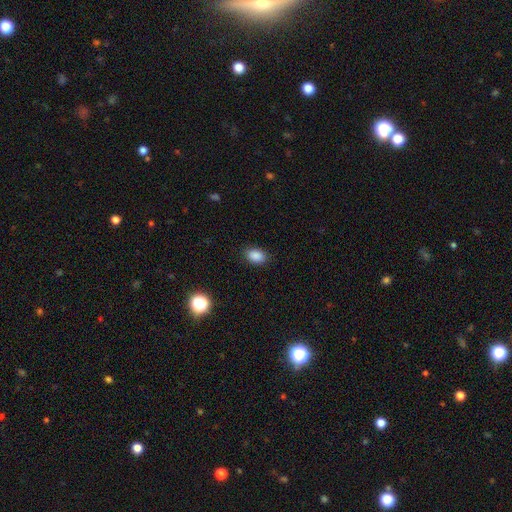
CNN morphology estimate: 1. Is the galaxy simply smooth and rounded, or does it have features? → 86% smooth, 10% star or artifact, 4% featured or disk.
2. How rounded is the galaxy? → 81% in between, 18% round, 1% cigar-shaped.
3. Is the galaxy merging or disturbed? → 87% none, 10% minor disturbance, 2% major disturbance, 1% merger.